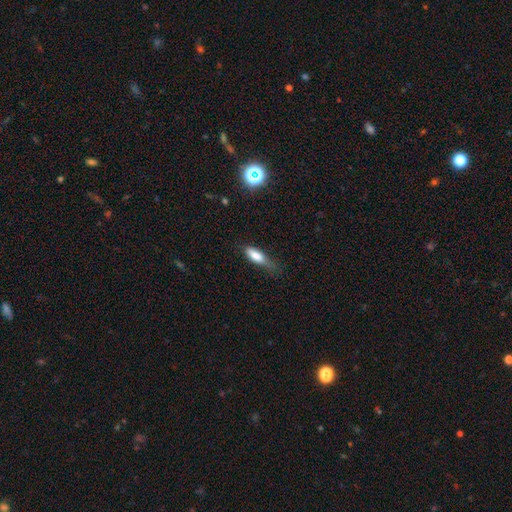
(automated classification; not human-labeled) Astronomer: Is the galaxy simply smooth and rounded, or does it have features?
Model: smooth — 78%.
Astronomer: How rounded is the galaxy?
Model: in between — 64%.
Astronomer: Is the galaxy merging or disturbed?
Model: none — 41% (runner-up: minor disturbance, 38%).